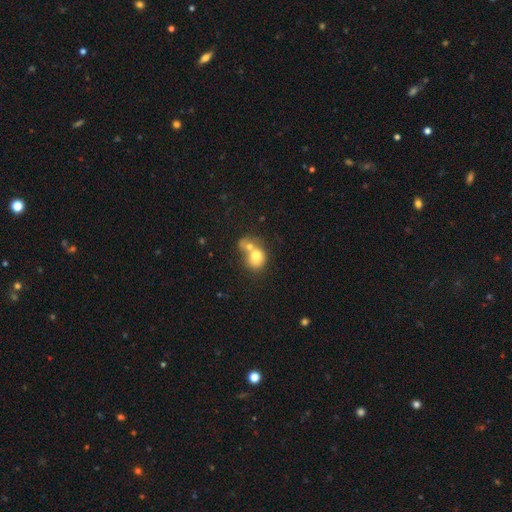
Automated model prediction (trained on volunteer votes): smooth 70%, featured or disk 21%, star or artifact 9%. Down the decision tree: how rounded — round (61%); merging — merger (67%).